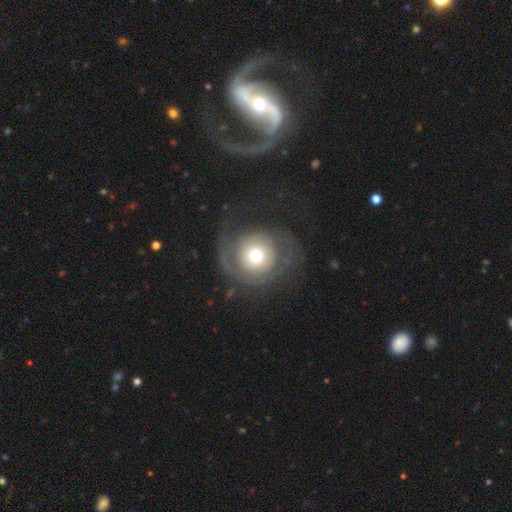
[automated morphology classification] A featured or disk galaxy (51%).

Vote fractions:
- Smooth or featured? featured or disk: 51% / smooth: 41% / star or artifact: 8%
- Edge-on disk? no: 96% / yes: 4%
- Merging? none: 54% / major disturbance: 27% / minor disturbance: 17% / merger: 2%